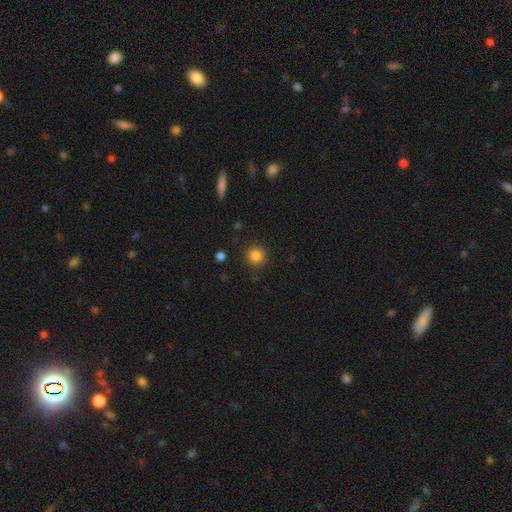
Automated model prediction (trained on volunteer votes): Overall: smooth (84%). How rounded: round (94%). Merging: none (89%).